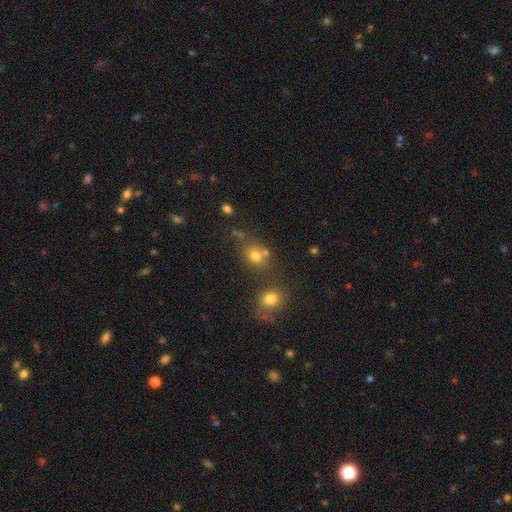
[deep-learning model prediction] Smooth or featured? smooth (73%)
How rounded? round (58%)
Merging? none (55%)